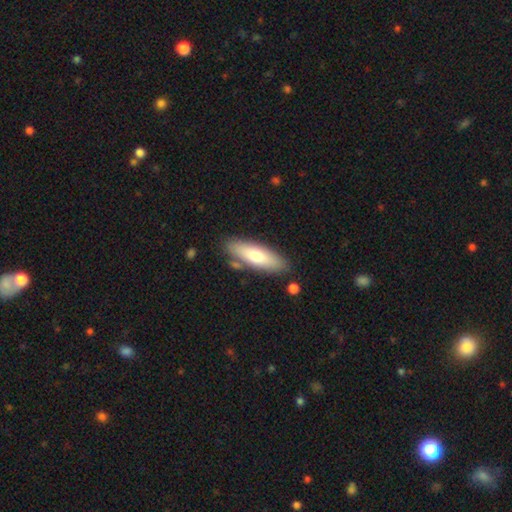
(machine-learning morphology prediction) This appears to be a smooth galaxy with no disk features (67%) that is cigar-shaped (49%, tied with in between). Merging: none (82%).